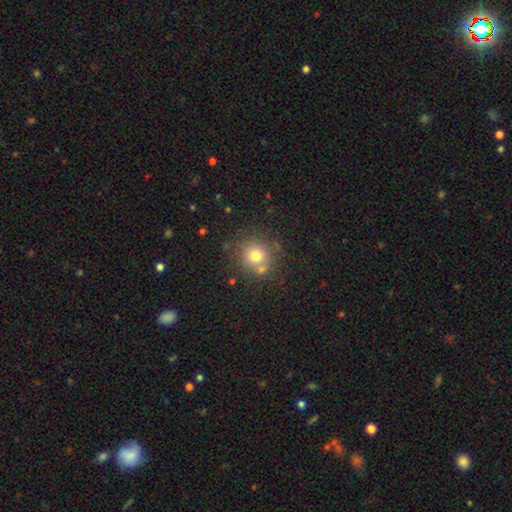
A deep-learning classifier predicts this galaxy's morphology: Smooth or featured?
  - smooth: 73% *
  - star or artifact: 15%
  - featured or disk: 12%
How rounded?
  - round: 88% *
  - in between: 11%
  - cigar-shaped: 1%
Merging?
  - none: 69% *
  - merger: 15%
  - minor disturbance: 11%
  - major disturbance: 4%